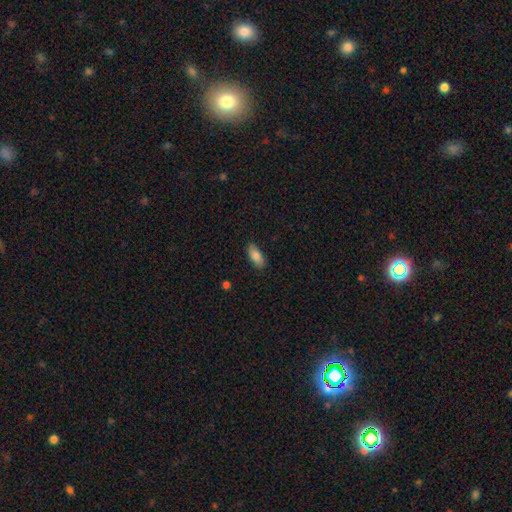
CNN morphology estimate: Smooth or featured? Predicted: smooth (p=0.83). How rounded? Predicted: in between (p=0.87). Merging? Predicted: none (p=0.84).